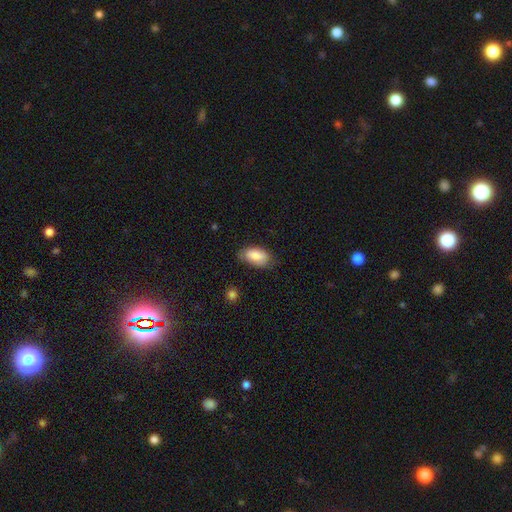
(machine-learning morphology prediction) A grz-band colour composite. It shows a smooth galaxy with no disk features (84%) that is in between round and cigar-shaped (93%). Merging: none (69%).